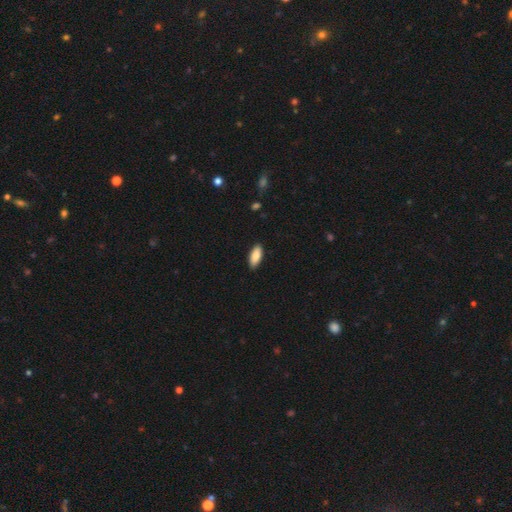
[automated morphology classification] Smooth or featured?
  - smooth: 88% *
  - featured or disk: 7%
  - star or artifact: 6%
How rounded?
  - in between: 83% *
  - cigar-shaped: 15%
  - round: 2%
Merging?
  - none: 89% *
  - minor disturbance: 8%
  - major disturbance: 2%
  - merger: 1%